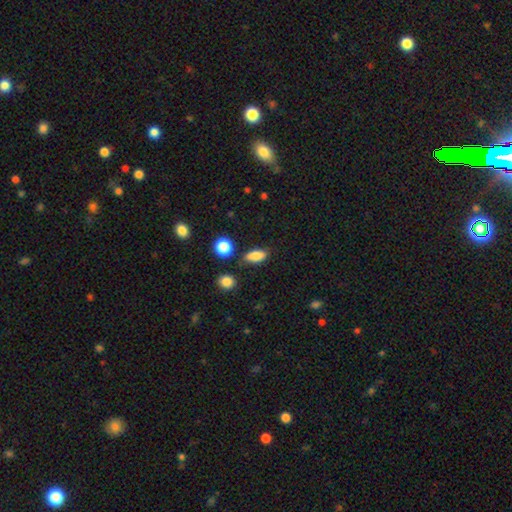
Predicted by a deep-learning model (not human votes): A smooth galaxy with no disk features (84%) that is in between round and cigar-shaped (80%).

Vote fractions:
- Smooth or featured? smooth: 84% / star or artifact: 9% / featured or disk: 7%
- How rounded? in between: 80% / cigar-shaped: 13% / round: 7%
- Merging? none: 78% / minor disturbance: 14% / merger: 4% / major disturbance: 3%